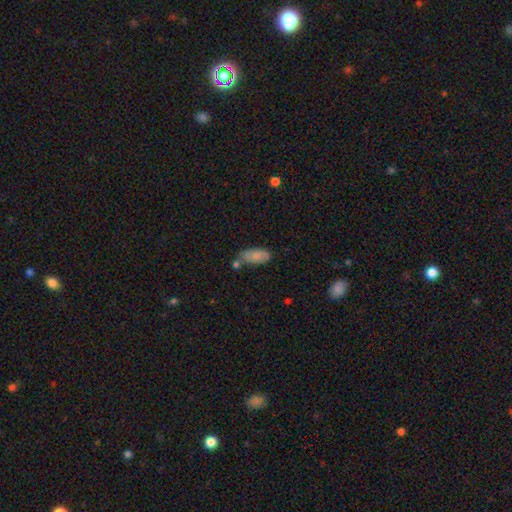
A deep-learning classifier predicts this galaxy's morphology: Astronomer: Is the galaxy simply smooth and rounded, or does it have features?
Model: smooth — 82%.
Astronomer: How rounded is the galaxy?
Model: in between — 86%.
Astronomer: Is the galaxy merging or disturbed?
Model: none — 55%.